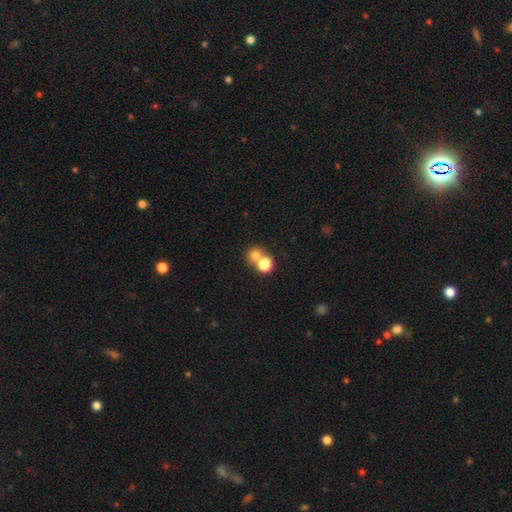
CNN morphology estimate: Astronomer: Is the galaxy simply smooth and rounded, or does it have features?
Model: smooth — 75%.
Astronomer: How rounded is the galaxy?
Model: round — 85%.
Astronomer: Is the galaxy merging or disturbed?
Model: merger — 47% (runner-up: none, 45%).